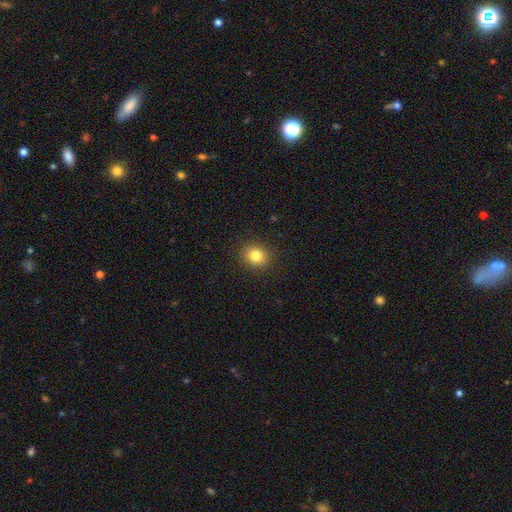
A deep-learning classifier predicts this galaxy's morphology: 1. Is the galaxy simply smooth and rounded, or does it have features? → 83% smooth, 11% star or artifact, 6% featured or disk.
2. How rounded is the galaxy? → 79% round, 20% in between, 1% cigar-shaped.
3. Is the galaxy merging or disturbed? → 90% none, 6% minor disturbance, 2% major disturbance, 1% merger.